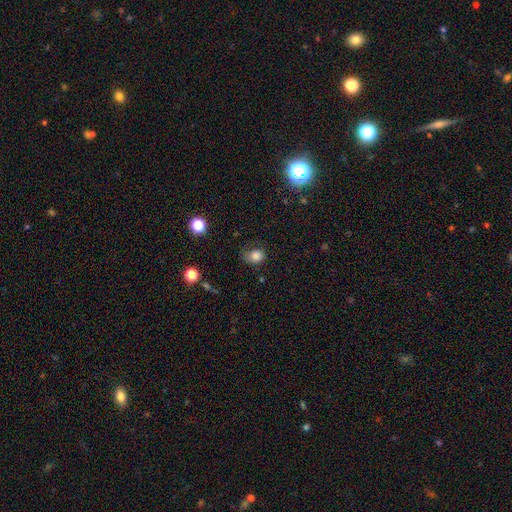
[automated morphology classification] Smooth or featured? smooth (80%)
How rounded? in between (52%)
Merging? none (48%)